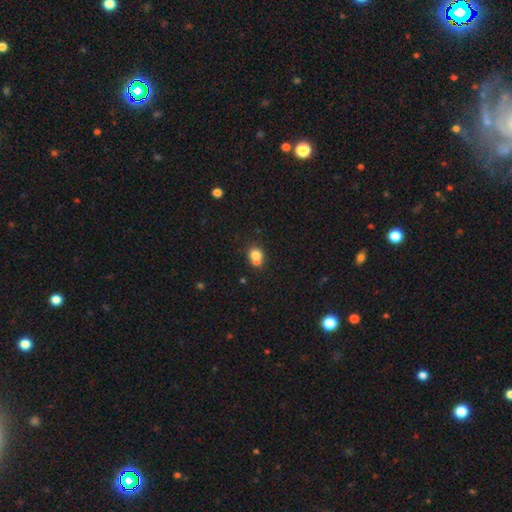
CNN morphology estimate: Smooth or featured? Predicted: smooth (p=0.75). How rounded? Predicted: round (p=0.73). Merging? Predicted: merger (p=0.48).